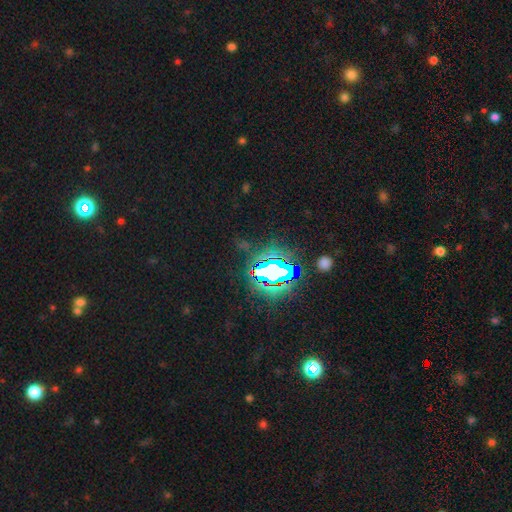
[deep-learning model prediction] Smooth or featured? star or artifact (81%)